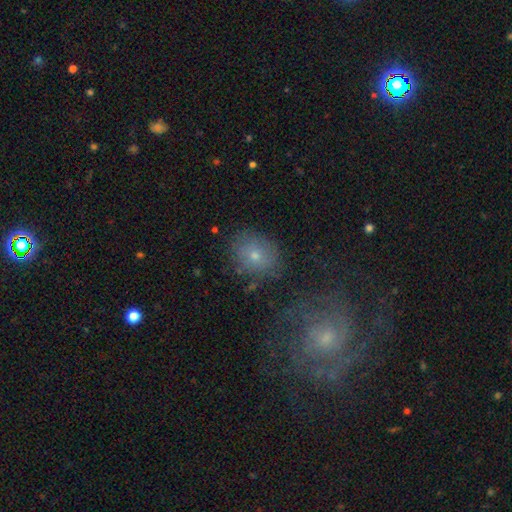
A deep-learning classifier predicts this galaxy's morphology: Smooth or featured: smooth — 65% (featured or disk — 22%)
How rounded: round — 61% (in between — 38%)
Merging: none — 75% (minor disturbance — 15%)